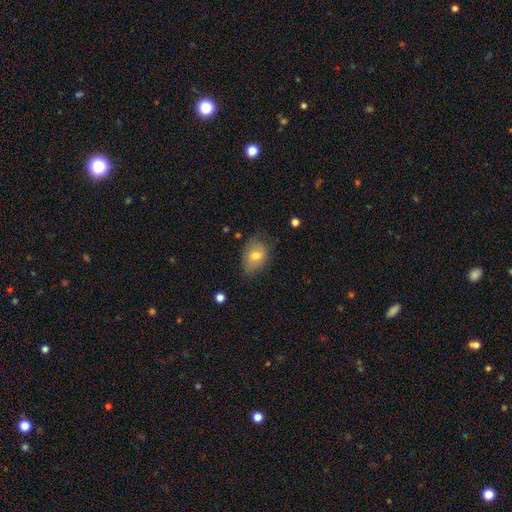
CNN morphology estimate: type=smooth (71%); roundness=in between (77%); merging=none (60%).